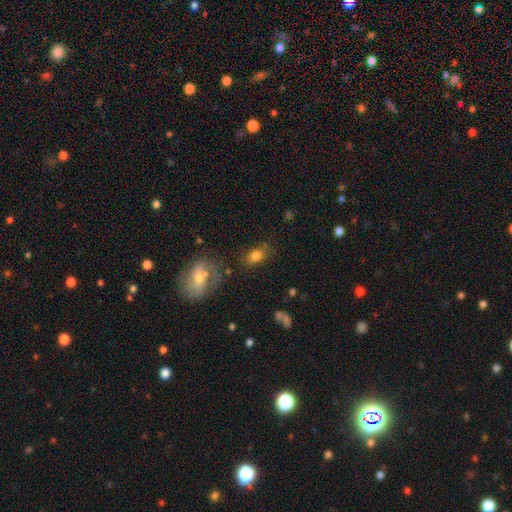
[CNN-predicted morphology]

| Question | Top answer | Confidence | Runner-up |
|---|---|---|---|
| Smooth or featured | smooth | 75% | featured or disk (15%) |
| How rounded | in between | 81% | round (16%) |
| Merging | none | 70% | minor disturbance (16%) |